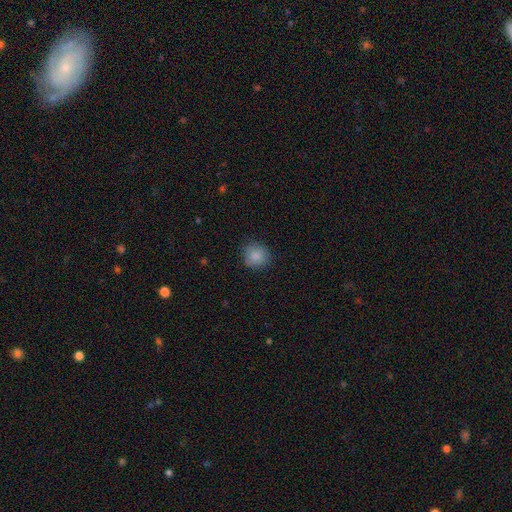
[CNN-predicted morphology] Smooth or featured? Predicted: smooth (p=0.87). How rounded? Predicted: round (p=0.88). Merging? Predicted: none (p=0.84).